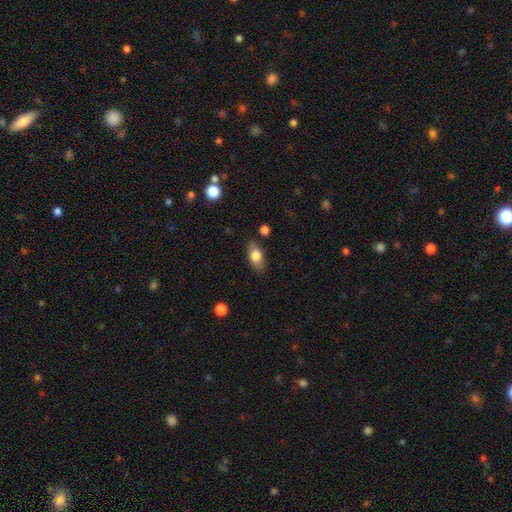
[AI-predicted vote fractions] Q: Smooth or featured?
A: smooth (74%); runner-up: featured or disk (18%)
Q: How rounded?
A: in between (85%); runner-up: cigar-shaped (8%)
Q: Merging?
A: none (81%); runner-up: minor disturbance (14%)